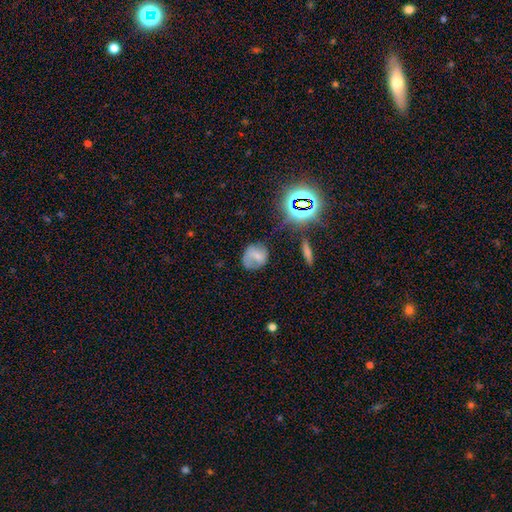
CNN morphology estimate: type=smooth (57%); roundness=round (62%); merging=none (54%).